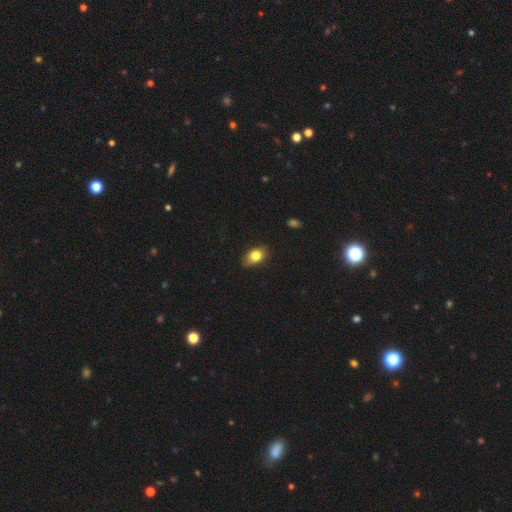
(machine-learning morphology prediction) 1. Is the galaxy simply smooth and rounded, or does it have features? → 80% smooth, 11% featured or disk, 9% star or artifact.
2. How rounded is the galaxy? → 77% in between, 21% round, 2% cigar-shaped.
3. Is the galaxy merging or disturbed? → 80% none, 16% minor disturbance, 2% major disturbance, 1% merger.